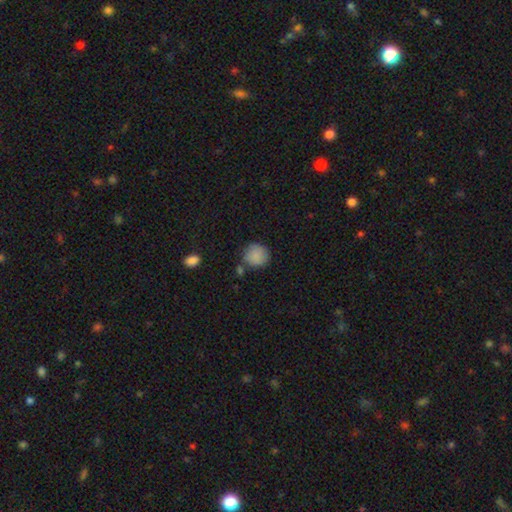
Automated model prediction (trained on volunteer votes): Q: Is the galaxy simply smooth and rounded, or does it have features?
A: smooth — 87%.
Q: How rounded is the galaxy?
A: round — 89%.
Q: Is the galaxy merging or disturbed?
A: none — 72%.